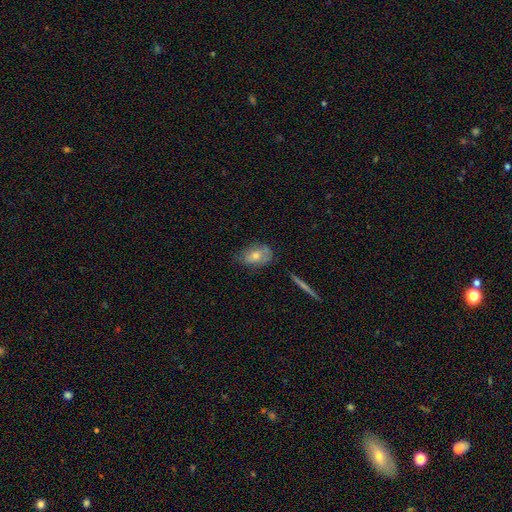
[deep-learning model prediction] Morphology: type=smooth (52%); roundness=in between (85%); merging=none (61%).